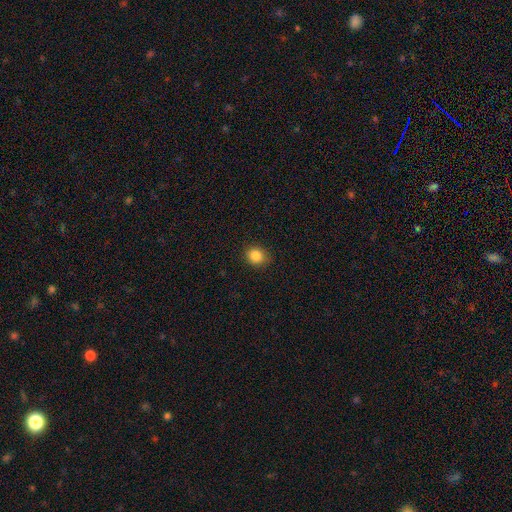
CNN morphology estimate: type=smooth (85%); roundness=round (73%); merging=none (86%).